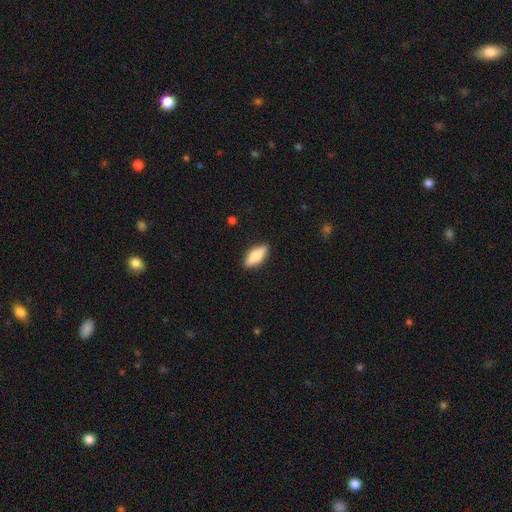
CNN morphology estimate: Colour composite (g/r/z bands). It shows a smooth galaxy with no disk features (59%) that is in between round and cigar-shaped (71%). Merging: none (88%).